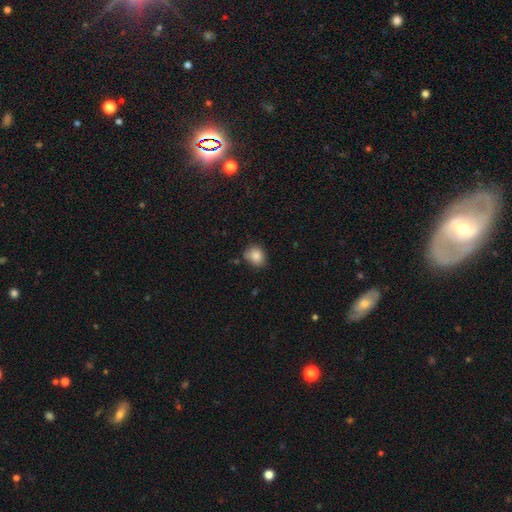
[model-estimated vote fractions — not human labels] A smooth galaxy with no disk features (85%) that is round (63%).

Vote fractions:
- Smooth or featured? smooth: 85% / star or artifact: 9% / featured or disk: 6%
- How rounded? round: 63% / in between: 36% / cigar-shaped: 1%
- Merging? none: 73% / minor disturbance: 20% / major disturbance: 4% / merger: 3%